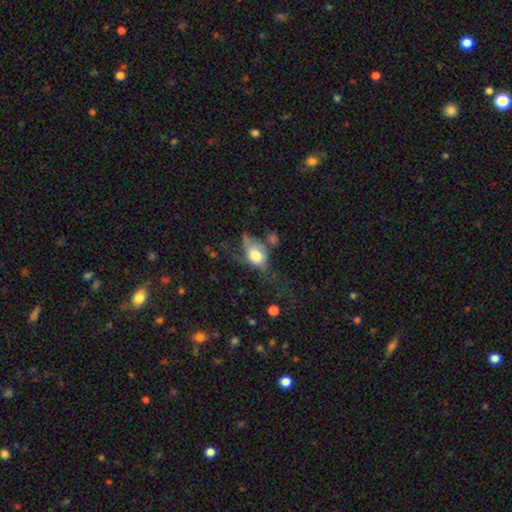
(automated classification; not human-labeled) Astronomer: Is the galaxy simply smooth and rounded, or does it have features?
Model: smooth — 61%.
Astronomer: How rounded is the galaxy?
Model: in between — 71%.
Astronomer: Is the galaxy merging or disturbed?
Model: major disturbance — 41% (runner-up: none, 25%).